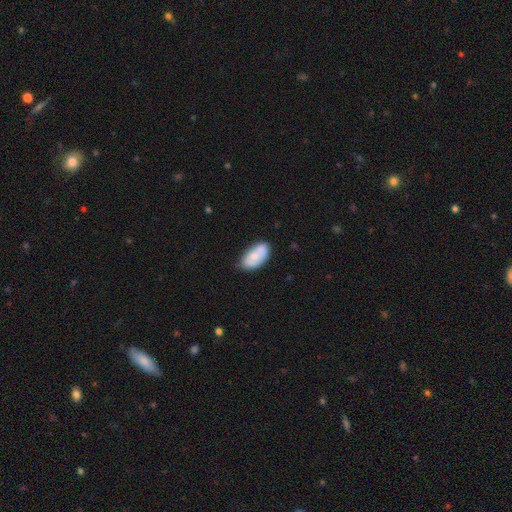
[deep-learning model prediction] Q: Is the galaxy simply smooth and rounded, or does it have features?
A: smooth — 66%.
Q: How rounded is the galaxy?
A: in between — 94%.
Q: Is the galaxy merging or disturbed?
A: none — 58%.